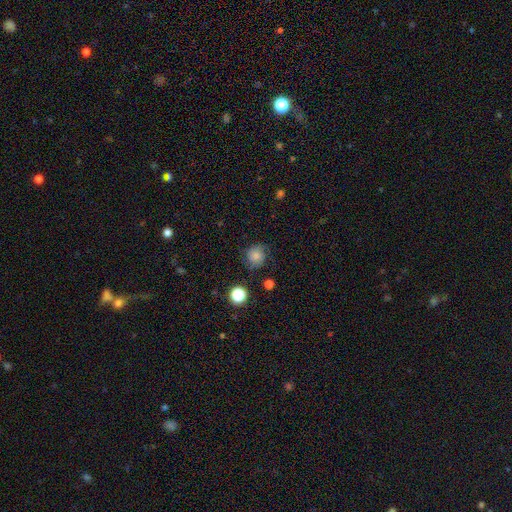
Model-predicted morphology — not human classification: smooth_or_featured: smooth (p=0.75) [alt: star or artifact p=0.13]
how_rounded: round (p=0.88) [alt: in between p=0.11]
merging: none (p=0.72) [alt: minor disturbance p=0.19]